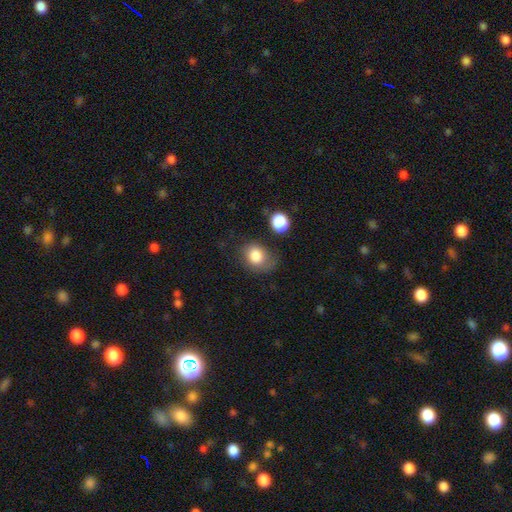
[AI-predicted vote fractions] This is clearly a smooth galaxy (83%). How rounded: possibly round (54%). Merging: possibly none (55%).